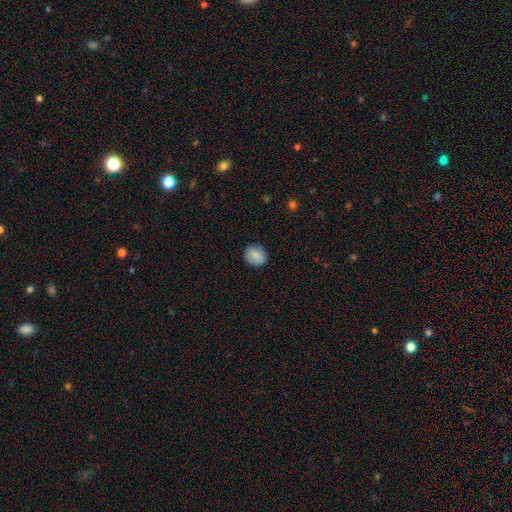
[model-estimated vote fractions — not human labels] Q: Smooth or featured?
A: smooth (84%); runner-up: featured or disk (8%)
Q: How rounded?
A: round (72%); runner-up: in between (27%)
Q: Merging?
A: none (84%); runner-up: minor disturbance (12%)